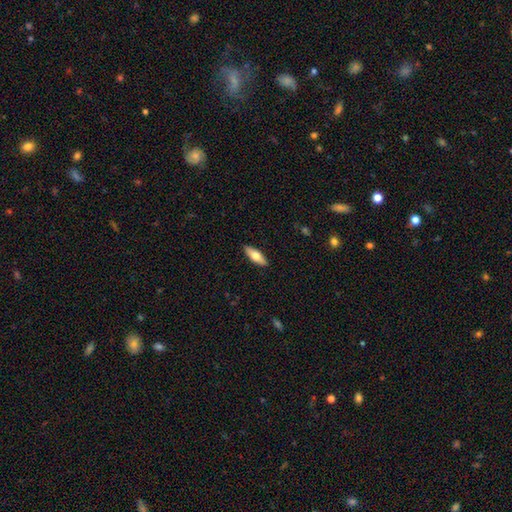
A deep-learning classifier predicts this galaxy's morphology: smooth 62%, featured or disk 32%, star or artifact 6%. Down the decision tree: how rounded — in between (56%); merging — none (90%).